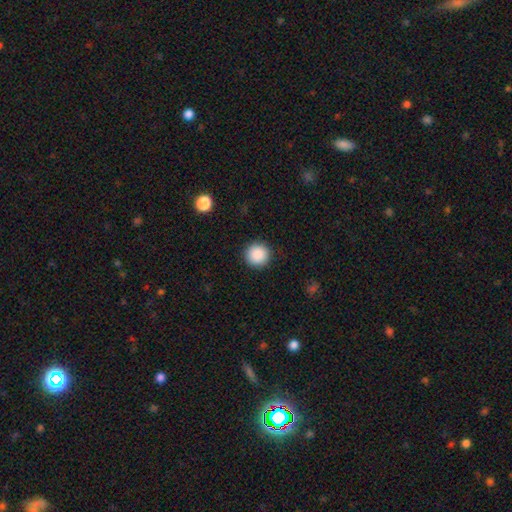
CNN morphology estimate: This is clearly a smooth galaxy (89%). How rounded: clearly round (96%). Merging: clearly none (92%).